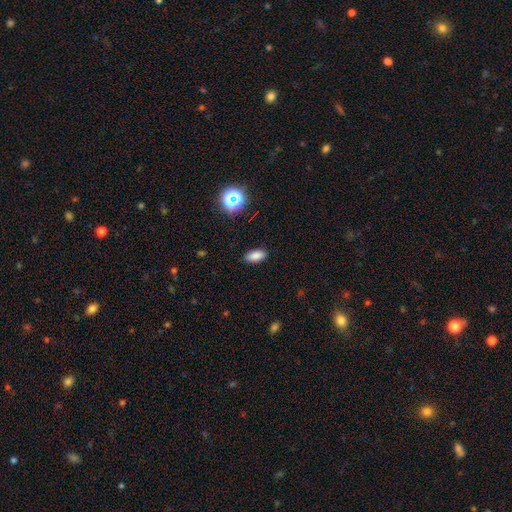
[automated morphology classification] Smooth or featured: smooth — 82% (star or artifact — 13%)
How rounded: in between — 88% (cigar-shaped — 8%)
Merging: none — 88% (minor disturbance — 8%)